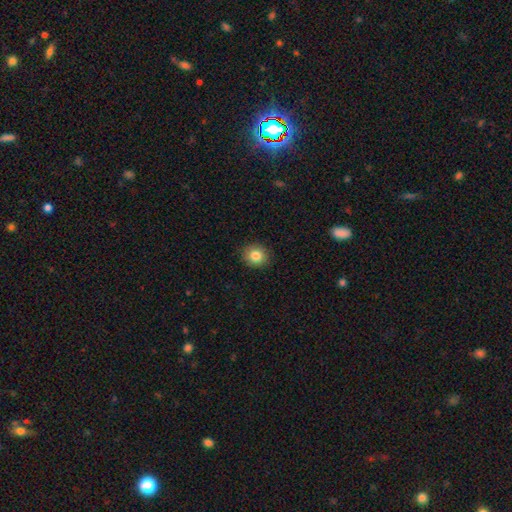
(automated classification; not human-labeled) Smooth or featured? Predicted: smooth (p=0.84). How rounded? Predicted: round (p=0.80). Merging? Predicted: none (p=0.90).